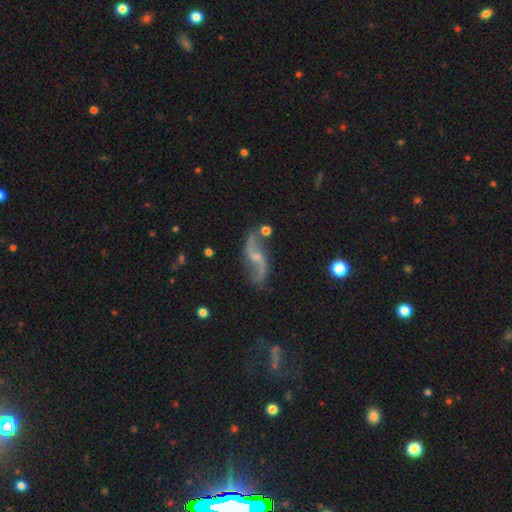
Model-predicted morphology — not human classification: A featured or disk galaxy (85%) with no bar (49%), 2 (93%) loose (86%) spiral arms (95%) and a small central bulge (59%).

Vote fractions:
- Smooth or featured? featured or disk: 85% / smooth: 8% / star or artifact: 7%
- Edge-on disk? no: 94% / yes: 6%
- Bar? no: 49% / weak: 40% / strong: 12%
- Spiral arms? yes: 95% / no: 5%
- Spiral winding? loose: 86% / medium: 11% / tight: 3%
- Spiral arm count? 2: 93% / can't tell: 2% / 1: 2% / 3: 1% / 4: 1% / more than 4: 1%
- Bulge size? small: 59% / moderate: 23% / none: 14% / large: 2% / dominant: 1%
- Merging? none: 72% / minor disturbance: 16% / major disturbance: 7% / merger: 5%